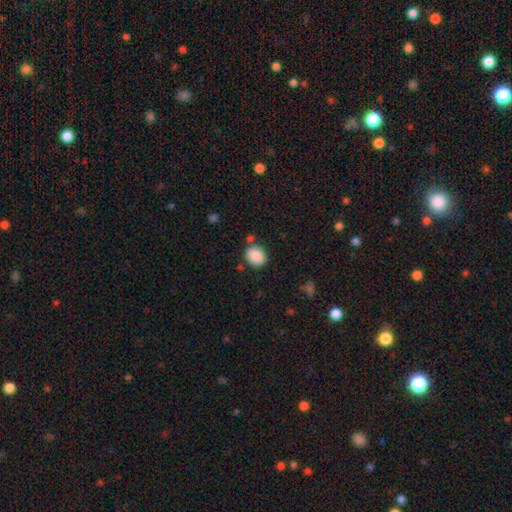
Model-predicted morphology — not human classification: A smooth galaxy with no disk features (88%) that is round (55%). Merging: none (76%).